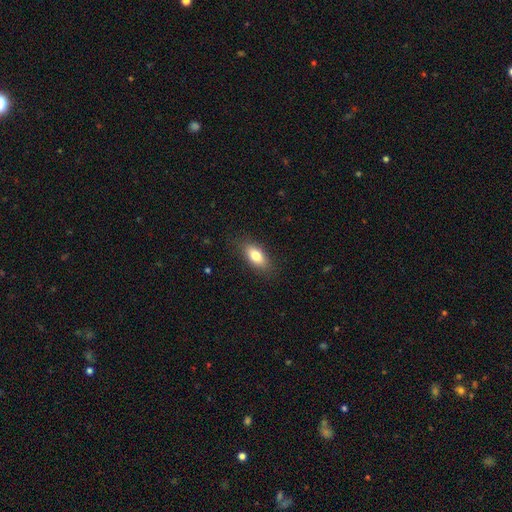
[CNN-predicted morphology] Smooth or featured? smooth (80%)
How rounded? in between (84%)
Merging? none (85%)